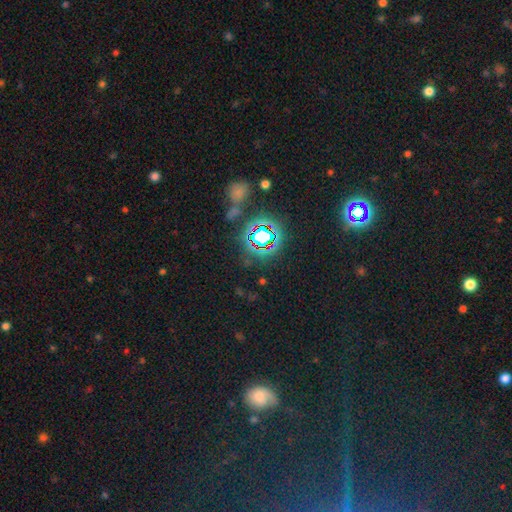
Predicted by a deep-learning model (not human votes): A star or artifact, not a galaxy (75%).